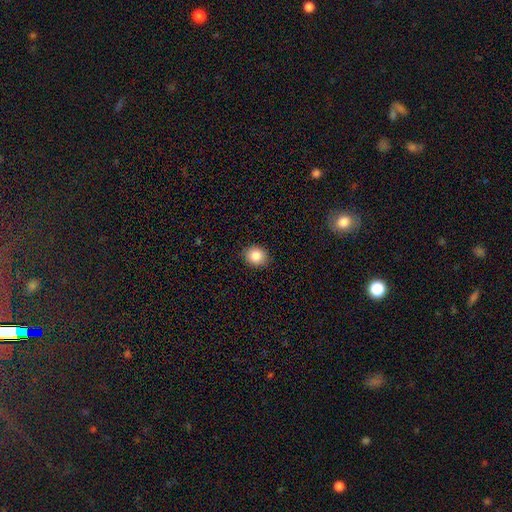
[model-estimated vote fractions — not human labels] smooth-or-featured: smooth: 86% | star or artifact: 9% | featured or disk: 5%
  how-rounded: round: 66% | in between: 34% | cigar-shaped: 1%
  merging: none: 89% | minor disturbance: 8% | major disturbance: 2% | merger: 1%